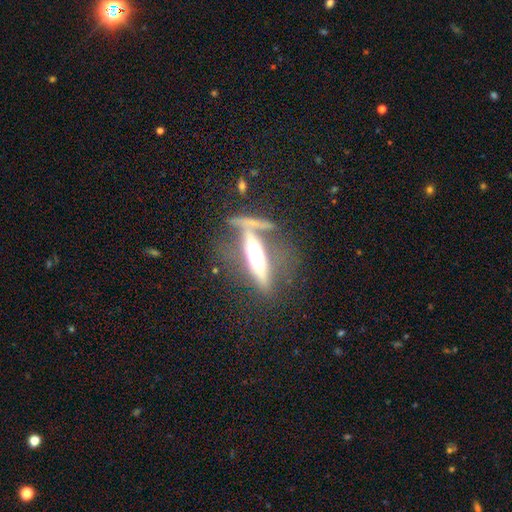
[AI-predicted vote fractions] smooth-or-featured: featured or disk: 68% | smooth: 24% | star or artifact: 8%
  disk-edge-on: yes: 83% | no: 17%
    edge-on-bulge: rounded: 70% | boxy: 19% | none: 10%
  merging: none: 46% | merger: 21% | major disturbance: 18% | minor disturbance: 16%